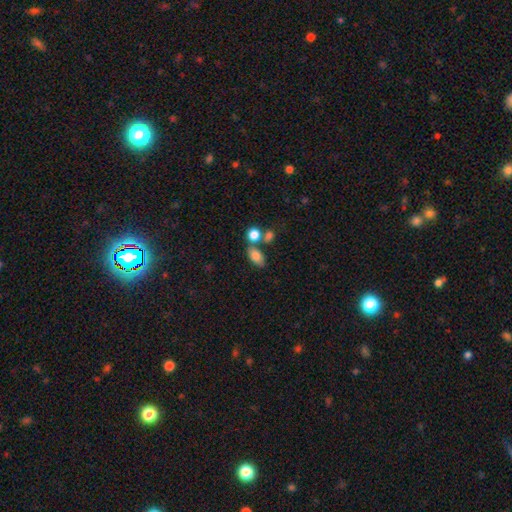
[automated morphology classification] Q: Smooth or featured?
A: smooth (79%); runner-up: featured or disk (12%)
Q: How rounded?
A: in between (84%); runner-up: round (13%)
Q: Merging?
A: none (56%); runner-up: merger (26%)